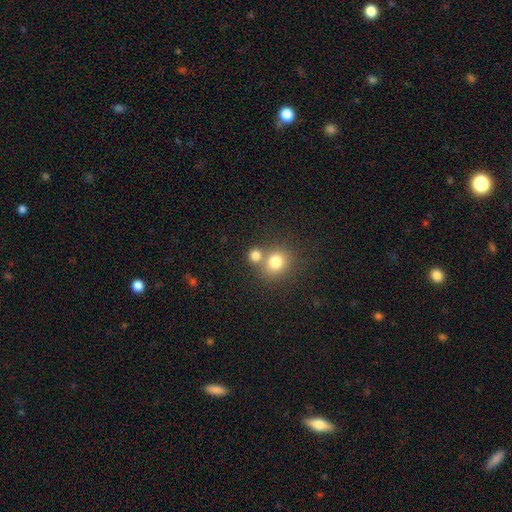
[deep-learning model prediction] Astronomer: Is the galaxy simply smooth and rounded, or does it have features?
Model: smooth — 79%.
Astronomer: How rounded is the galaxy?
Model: round — 84%.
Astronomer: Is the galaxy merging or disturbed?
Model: none — 55% (runner-up: merger, 35%).